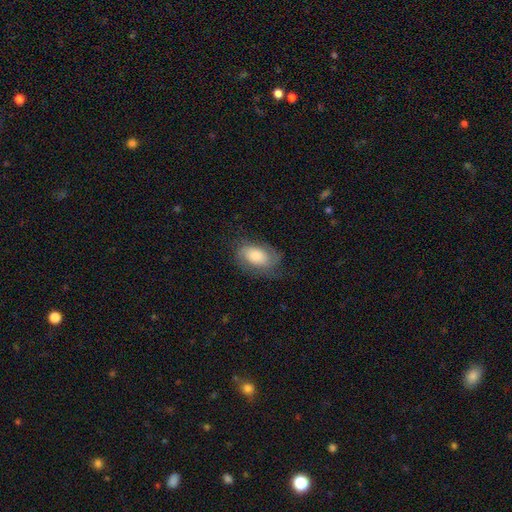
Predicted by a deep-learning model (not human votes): Smooth or featured? featured or disk (46%, tied with smooth)
Merging? none (66%)